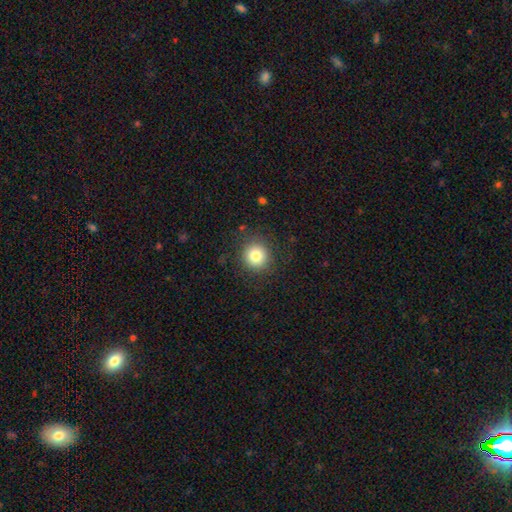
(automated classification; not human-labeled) Overall: smooth (82%). How rounded: round (93%). Merging: none (88%).